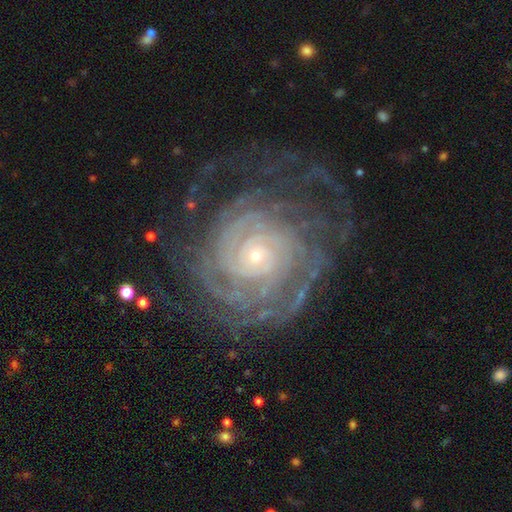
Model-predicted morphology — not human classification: smooth-or-featured: featured or disk: 89% | star or artifact: 6% | smooth: 5%
  disk-edge-on: no: 97% | yes: 3%
    bar: no: 76% | weak: 17% | strong: 6%
    has-spiral-arms: yes: 97% | no: 3%
      spiral-winding: tight: 81% | medium: 15% | loose: 4%
      spiral-arm-count: can't tell: 29% | more than 4: 19% | 4: 18% | 2: 14% | 3: 13% | 1: 8%
    bulge-size: small: 81% | moderate: 15% | large: 2% | none: 1% | dominant: 1%
  merging: none: 66% | minor disturbance: 17% | major disturbance: 15% | merger: 2%